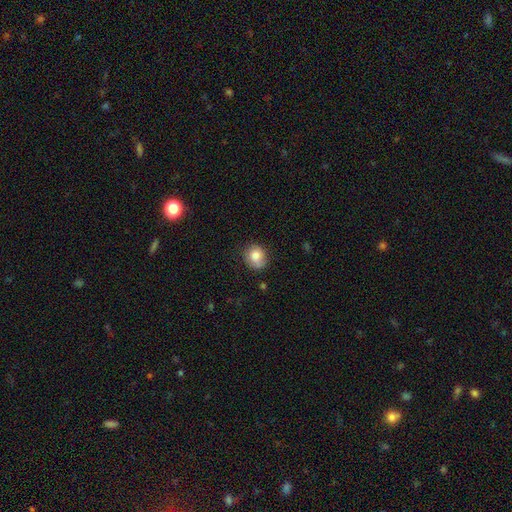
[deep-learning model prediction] Q: Smooth or featured?
A: smooth (79%); runner-up: featured or disk (13%)
Q: How rounded?
A: round (71%); runner-up: in between (28%)
Q: Merging?
A: none (68%); runner-up: minor disturbance (24%)